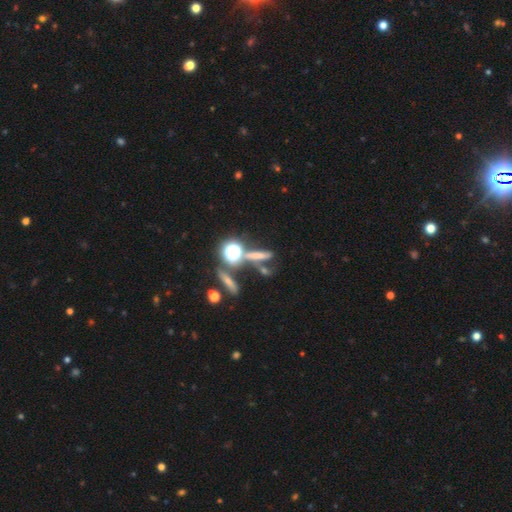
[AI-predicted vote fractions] smooth_or_featured: smooth (p=0.47) [alt: star or artifact p=0.29]
merging: none (p=0.52) [alt: merger p=0.26]